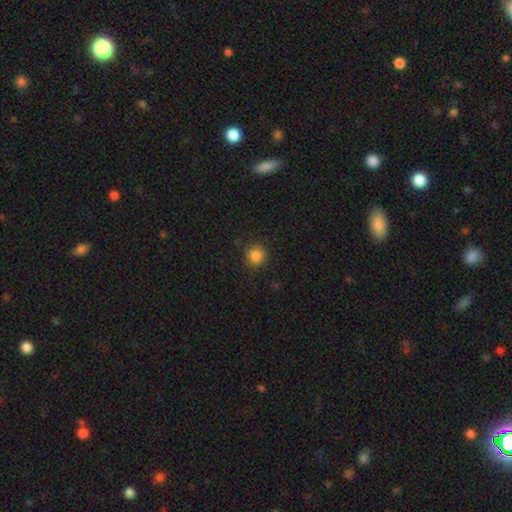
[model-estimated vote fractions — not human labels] Smooth or featured? smooth (84%)
How rounded? round (92%)
Merging? none (89%)